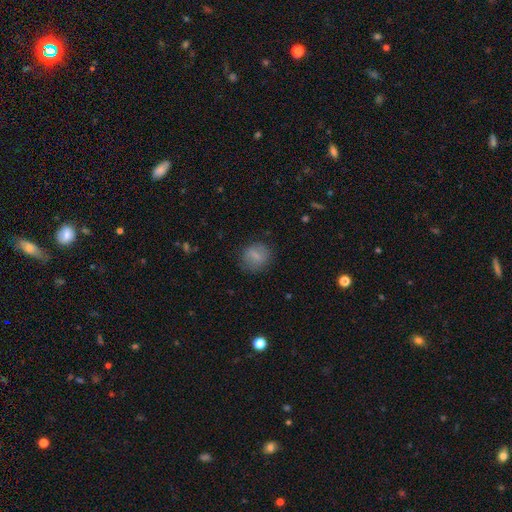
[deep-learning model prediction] Smooth or featured?
  - smooth: 72% *
  - featured or disk: 19%
  - star or artifact: 9%
How rounded?
  - round: 72% *
  - in between: 26%
  - cigar-shaped: 2%
Merging?
  - none: 80% *
  - minor disturbance: 14%
  - major disturbance: 5%
  - merger: 1%